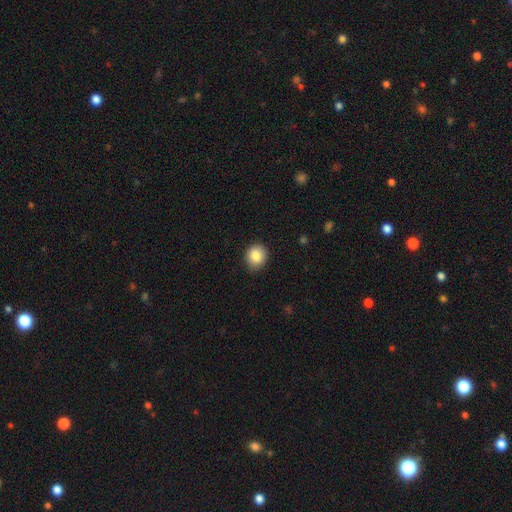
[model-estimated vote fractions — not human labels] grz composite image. It shows a smooth galaxy with no disk features (85%) that is round (72%). Merging: none (87%).